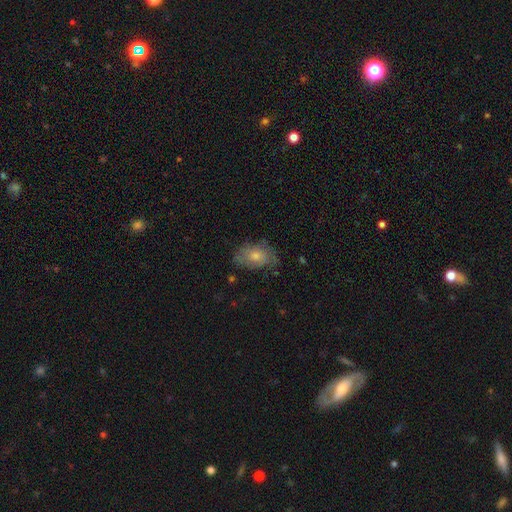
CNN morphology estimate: smooth-or-featured: smooth: 49% | featured or disk: 38% | star or artifact: 13%
  merging: none: 67% | minor disturbance: 23% | major disturbance: 8% | merger: 2%